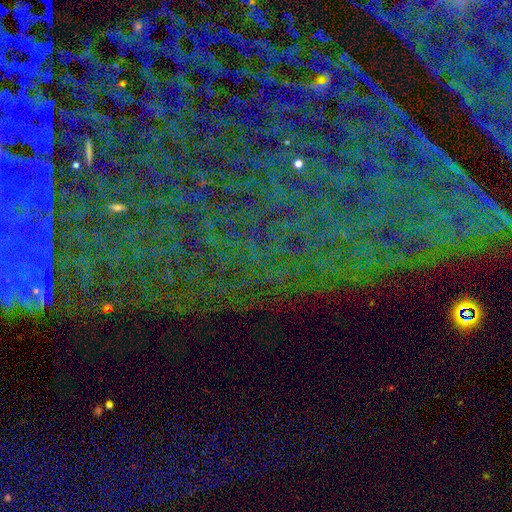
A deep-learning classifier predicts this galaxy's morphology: Q: Smooth or featured?
A: star or artifact (82%); runner-up: featured or disk (10%)